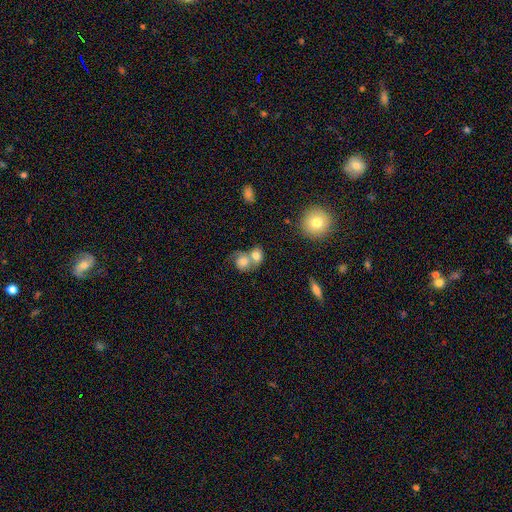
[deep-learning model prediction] This appears to be a smooth galaxy with no disk features (70%) that is round (62%). Merging: merger (65%).